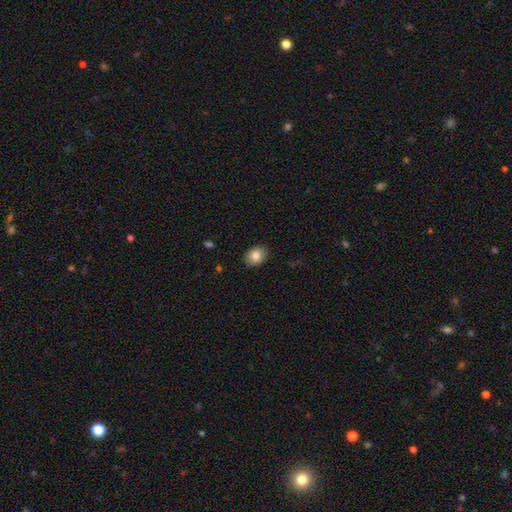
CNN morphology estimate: Smooth or featured?
  - smooth: 84% *
  - featured or disk: 8%
  - star or artifact: 8%
How rounded?
  - in between: 67% *
  - round: 32%
  - cigar-shaped: 1%
Merging?
  - none: 88% *
  - minor disturbance: 9%
  - major disturbance: 2%
  - merger: 1%